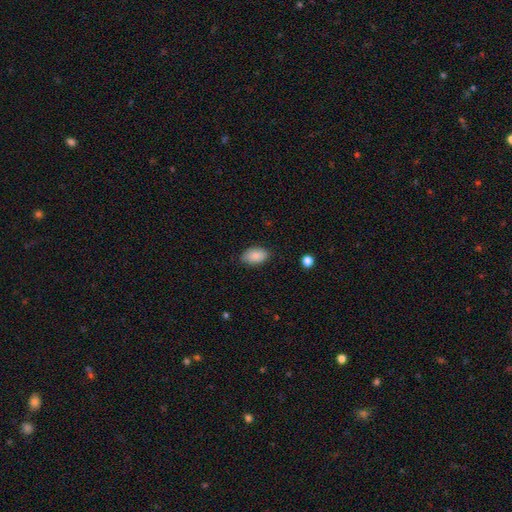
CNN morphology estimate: Smooth or featured? smooth (86%)
How rounded? in between (92%)
Merging? none (81%)